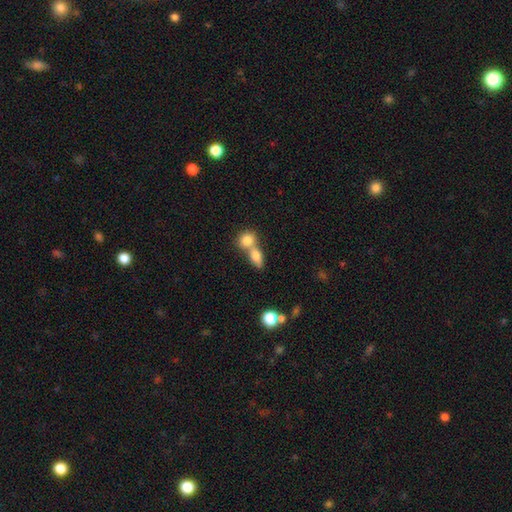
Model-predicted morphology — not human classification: type=smooth (79%); roundness=in between (69%); merging=merger (63%).